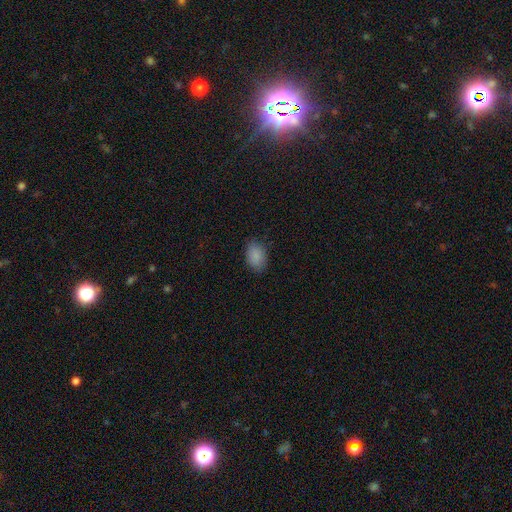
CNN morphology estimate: A smooth galaxy with no disk features (88%) that is in between round and cigar-shaped (87%). Merging: none (83%).